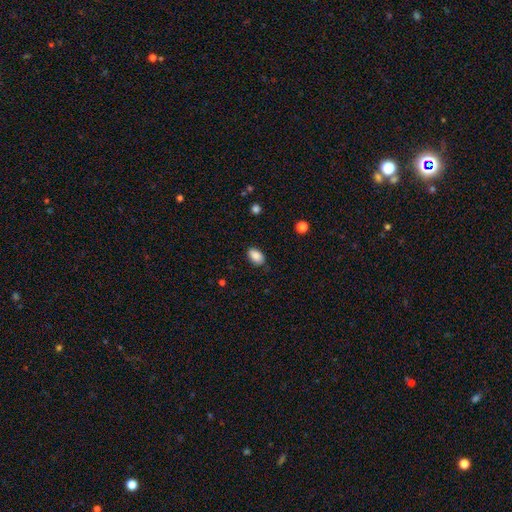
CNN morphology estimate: Smooth or featured: smooth — 88% (star or artifact — 8%)
How rounded: in between — 91% (round — 8%)
Merging: none — 80% (minor disturbance — 16%)